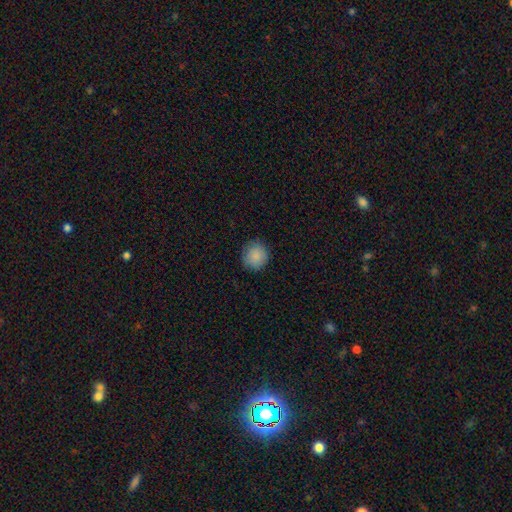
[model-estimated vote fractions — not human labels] This is clearly a smooth galaxy (88%). How rounded: clearly round (91%). Merging: clearly none (86%).